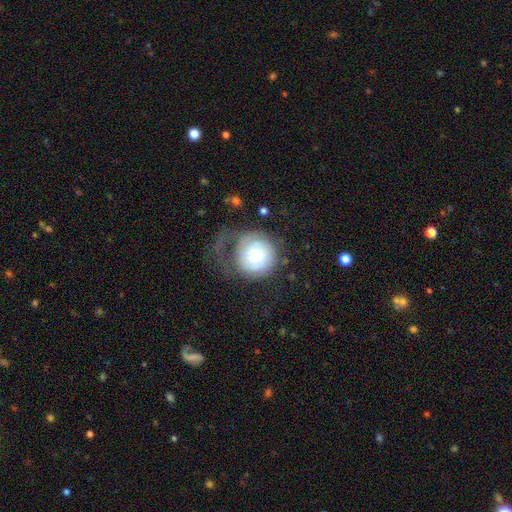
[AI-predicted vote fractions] smooth 55%, featured or disk 37%, star or artifact 8%. Down the decision tree: how rounded — round (91%); merging — major disturbance (39%).